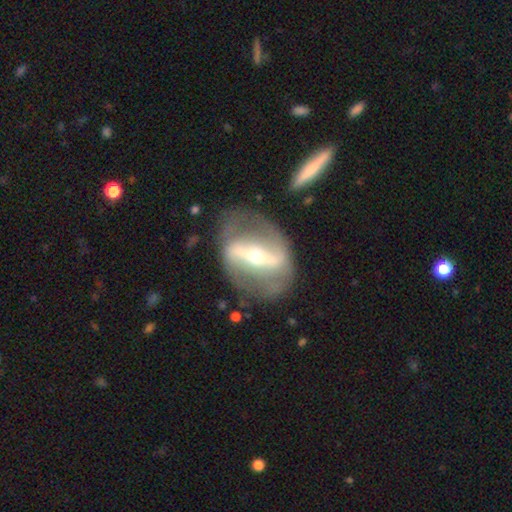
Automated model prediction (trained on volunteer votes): Smooth or featured? featured or disk (83%)
Edge-on disk? no (84%)
Bar? strong (79%)
Spiral arms? yes (57%)
Bulge size? moderate (56%)
Merging? none (68%)